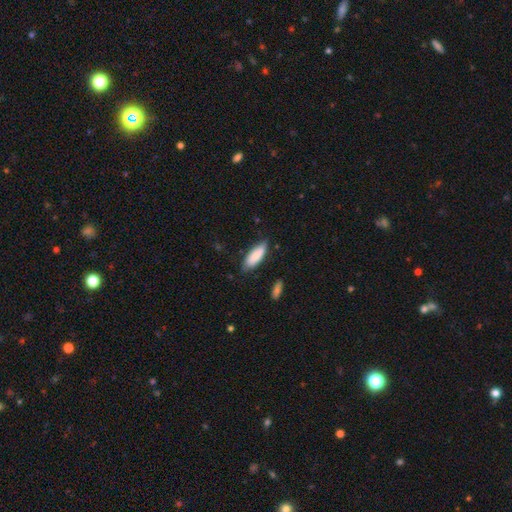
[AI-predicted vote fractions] Smooth or featured? Predicted: smooth (p=0.84). How rounded? Predicted: in between (p=0.65). Merging? Predicted: none (p=0.75).